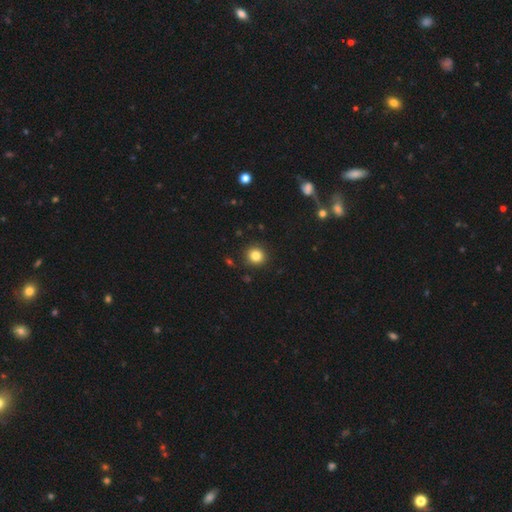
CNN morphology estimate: smooth_or_featured: smooth (p=0.83) [alt: star or artifact p=0.12]
how_rounded: round (p=0.91) [alt: in between p=0.08]
merging: none (p=0.91) [alt: minor disturbance p=0.06]